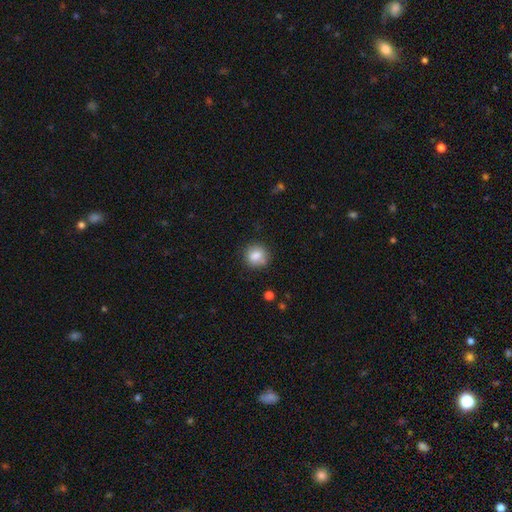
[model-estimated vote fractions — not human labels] A smooth galaxy with no disk features (84%) that is round (86%). Merging: none (79%).